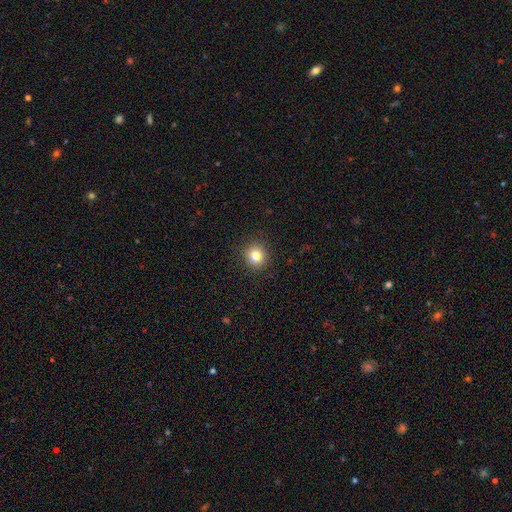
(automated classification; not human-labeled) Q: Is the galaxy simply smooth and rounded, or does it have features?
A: smooth — 81%.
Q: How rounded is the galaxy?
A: round — 90%.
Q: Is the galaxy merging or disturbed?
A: none — 92%.